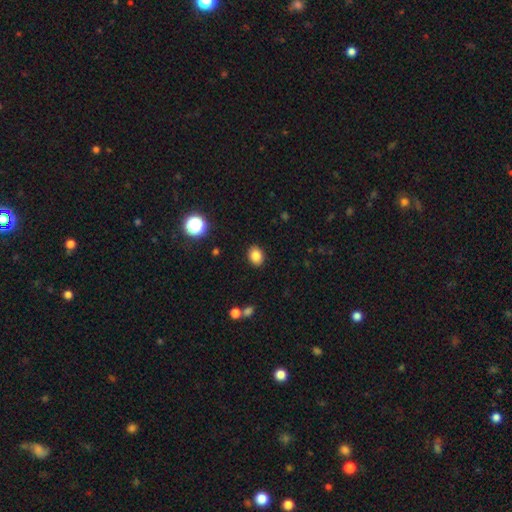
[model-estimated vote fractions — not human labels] smooth 85%, star or artifact 11%, featured or disk 5%. Down the decision tree: how rounded — in between (59%); merging — none (89%).